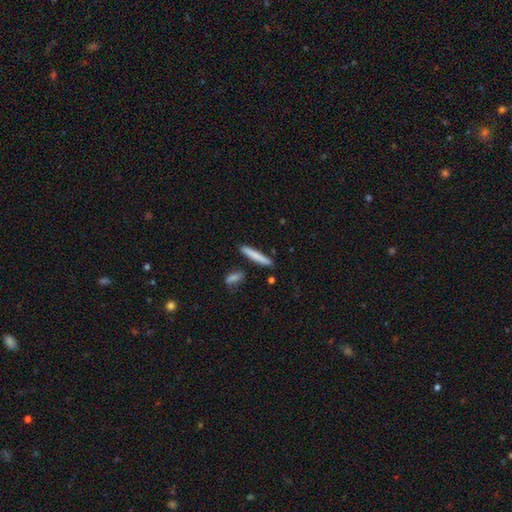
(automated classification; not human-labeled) This appears to be a smooth galaxy with no disk features (77%) that is cigar-shaped (94%). Merging: none (87%).